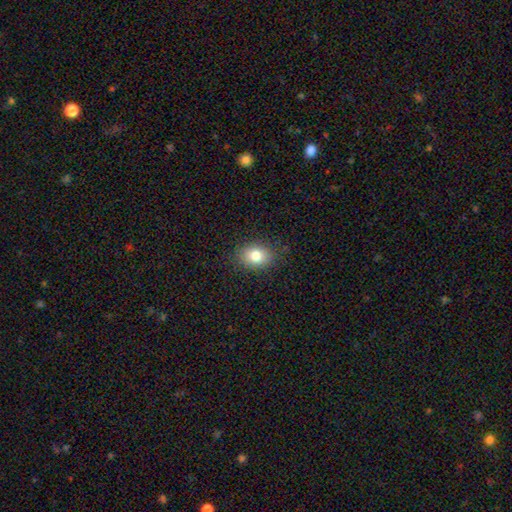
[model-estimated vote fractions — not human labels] Smooth or featured?
  - smooth: 80% *
  - star or artifact: 10%
  - featured or disk: 10%
How rounded?
  - in between: 65% *
  - round: 34%
  - cigar-shaped: 1%
Merging?
  - none: 86% *
  - minor disturbance: 10%
  - major disturbance: 3%
  - merger: 1%